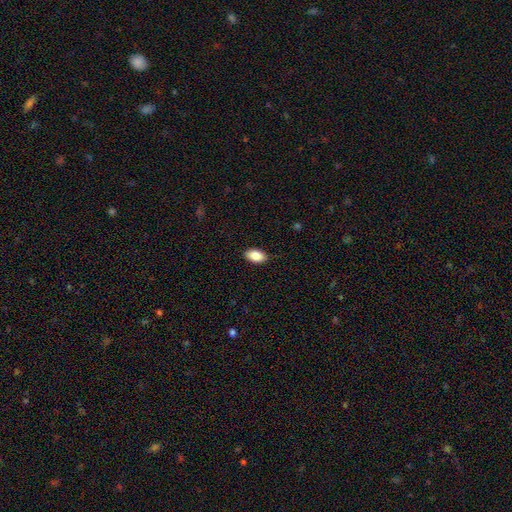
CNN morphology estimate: Q: Smooth or featured?
A: smooth (86%); runner-up: featured or disk (7%)
Q: How rounded?
A: in between (93%); runner-up: round (4%)
Q: Merging?
A: none (88%); runner-up: minor disturbance (10%)